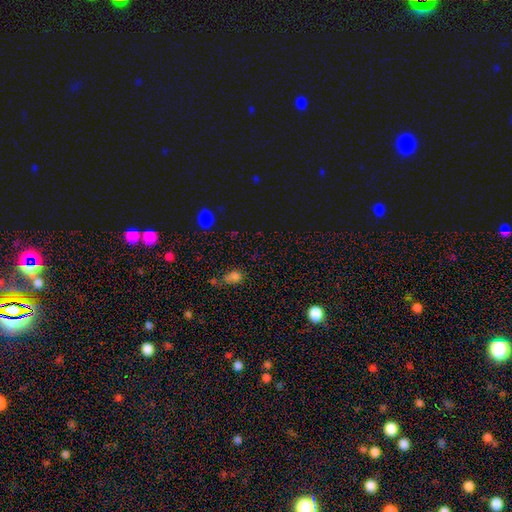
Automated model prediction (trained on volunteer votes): Smooth or featured: smooth — 46% (tied with star or artifact — 46%)
Merging: none — 64% (minor disturbance — 15%)